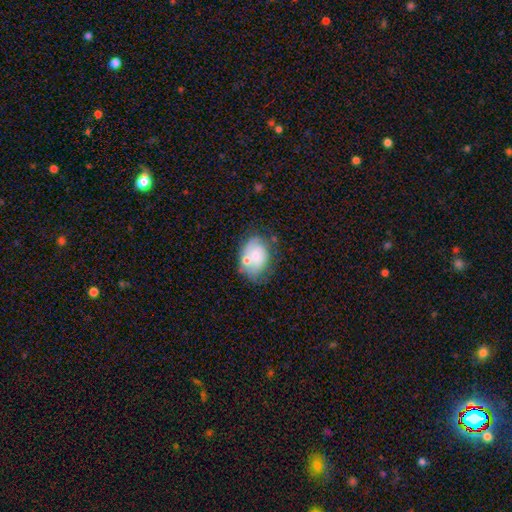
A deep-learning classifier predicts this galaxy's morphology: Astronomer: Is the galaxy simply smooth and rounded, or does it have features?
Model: featured or disk — 51% (runner-up: smooth, 41%).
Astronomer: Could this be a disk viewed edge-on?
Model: no — 97%.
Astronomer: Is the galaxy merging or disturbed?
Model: none — 45% (runner-up: minor disturbance, 24%).